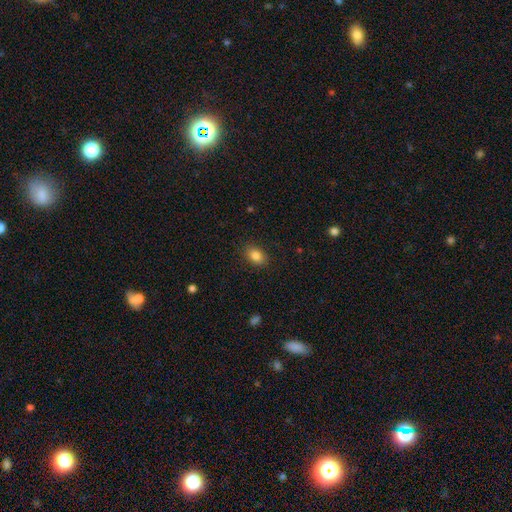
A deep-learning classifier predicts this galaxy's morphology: This is clearly a smooth galaxy (85%). How rounded: clearly in between (83%). Merging: clearly none (87%).